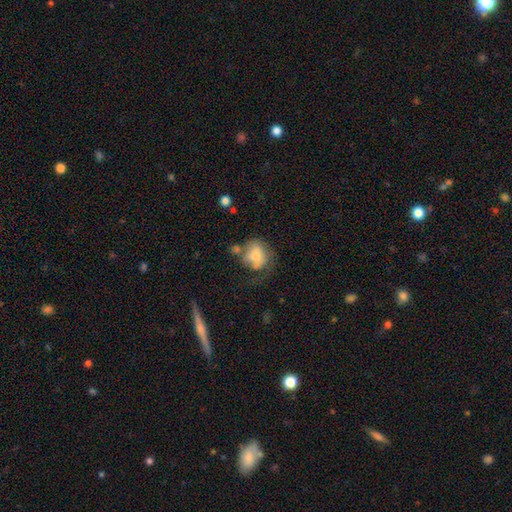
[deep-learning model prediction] The model was most divided on "merging": none: 35%, major disturbance: 27%, minor disturbance: 24%, merger: 14%. More confident: smooth or featured — smooth (65%); how rounded — round (63%).